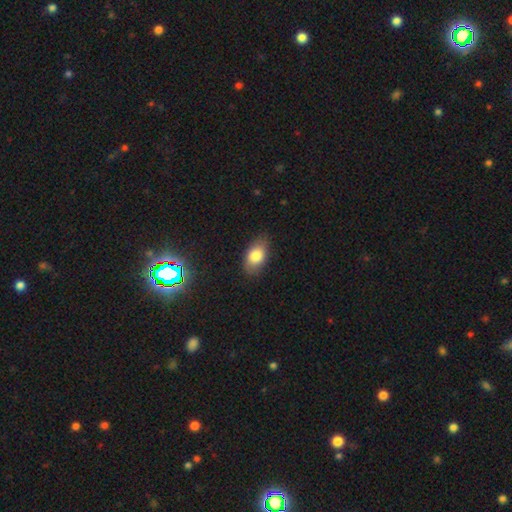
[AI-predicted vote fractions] Smooth or featured: smooth — 80% (featured or disk — 12%)
How rounded: in between — 90% (round — 8%)
Merging: none — 80% (minor disturbance — 15%)